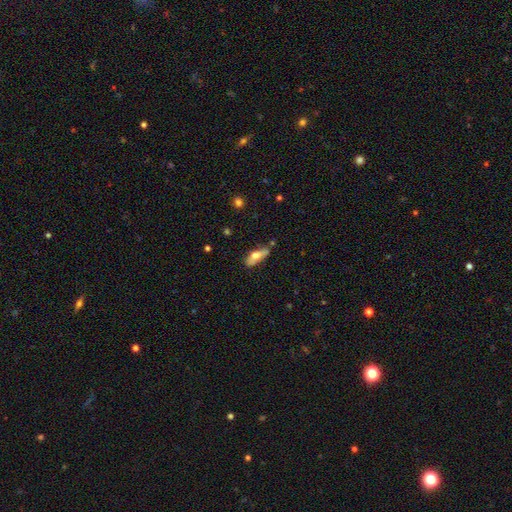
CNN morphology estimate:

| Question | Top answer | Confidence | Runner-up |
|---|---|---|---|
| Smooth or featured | smooth | 62% | featured or disk (31%) |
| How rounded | in between | 56% | cigar-shaped (41%) |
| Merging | none | 64% | minor disturbance (25%) |